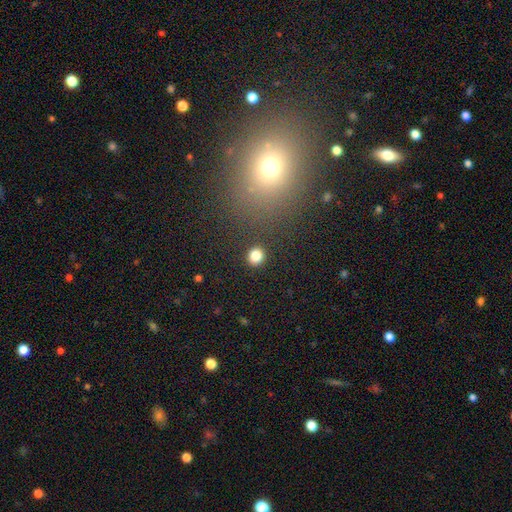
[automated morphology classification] type=smooth (83%); roundness=round (87%); merging=none (91%).